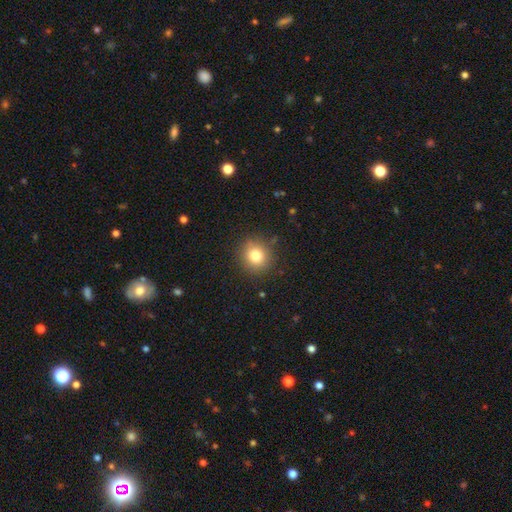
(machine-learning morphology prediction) This is likely a smooth galaxy (80%). How rounded: clearly round (87%). Merging: clearly none (89%).